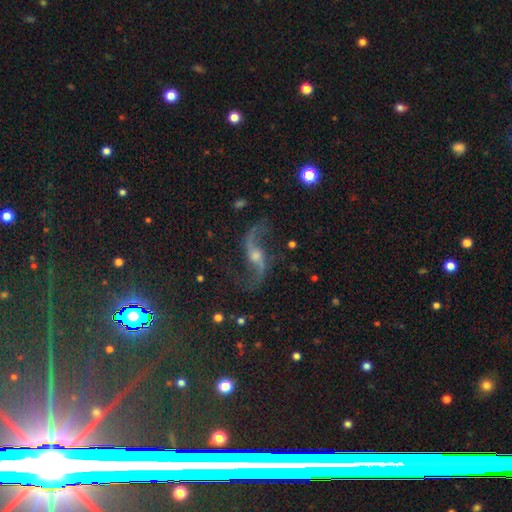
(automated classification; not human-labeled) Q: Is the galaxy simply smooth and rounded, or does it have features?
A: featured or disk — 89%.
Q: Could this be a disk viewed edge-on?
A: no — 96%.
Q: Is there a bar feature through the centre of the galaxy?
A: no — 51%.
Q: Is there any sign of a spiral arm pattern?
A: yes — 97%.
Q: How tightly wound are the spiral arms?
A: loose — 90%.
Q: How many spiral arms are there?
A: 2 — 94%.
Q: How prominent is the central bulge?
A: moderate — 48%.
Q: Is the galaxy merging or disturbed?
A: none — 78%.